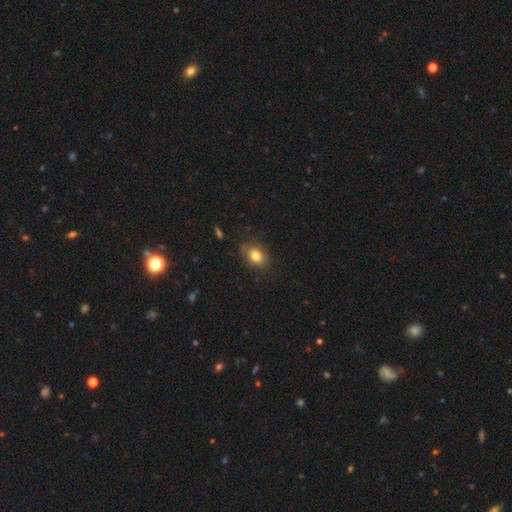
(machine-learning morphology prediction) smooth_or_featured: smooth (p=0.79) [alt: featured or disk p=0.13]
how_rounded: in between (p=0.79) [alt: round p=0.20]
merging: none (p=0.78) [alt: minor disturbance p=0.17]